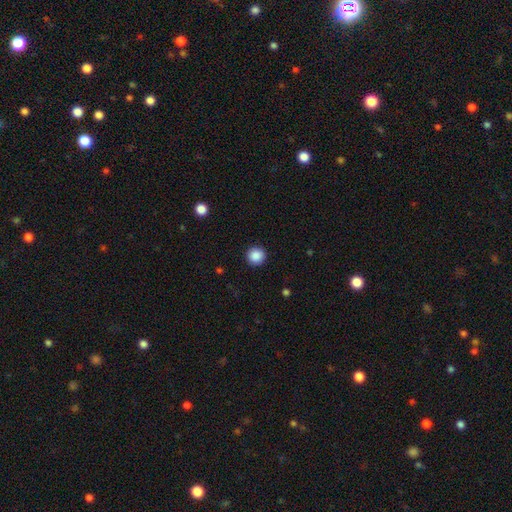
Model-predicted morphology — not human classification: Smooth or featured? Predicted: smooth (p=0.88). How rounded? Predicted: round (p=0.95). Merging? Predicted: none (p=0.92).